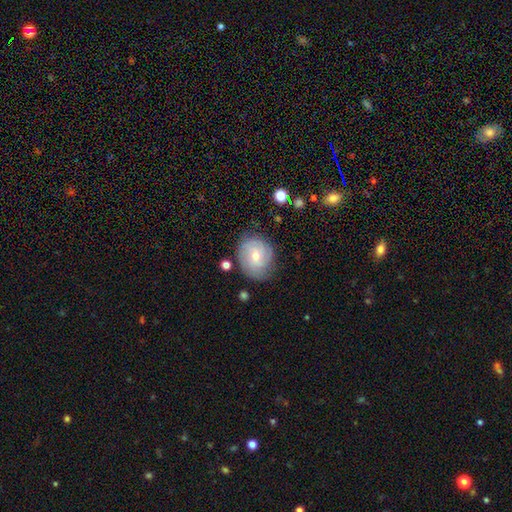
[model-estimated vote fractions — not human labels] The model was most divided on "bulge size": small: 52%, moderate: 44%, large: 1%, none: 1%, dominant: 1%. More confident: edge-on disk — no (96%); spiral arms — yes (79%); merging — none (74%); bar — no (65%); smooth or featured — featured or disk (55%).